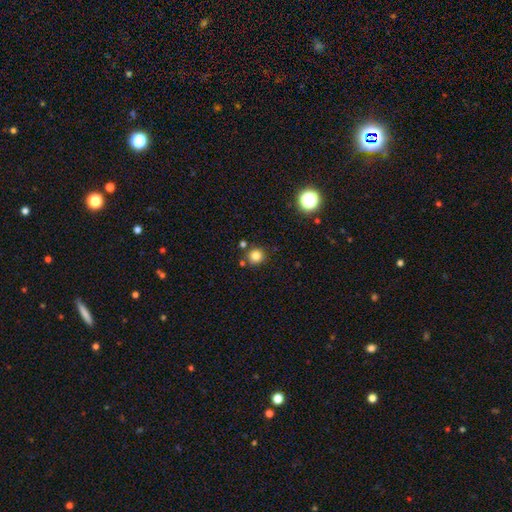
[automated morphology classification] This is clearly a smooth galaxy (81%). How rounded: clearly round (93%). Merging: clearly none (82%).